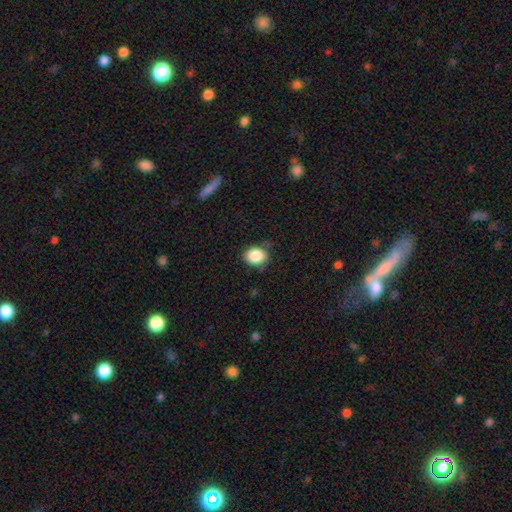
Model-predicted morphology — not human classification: A smooth galaxy with no disk features (86%) that is round (59%).

Vote fractions:
- Smooth or featured? smooth: 86% / star or artifact: 9% / featured or disk: 5%
- How rounded? round: 59% / in between: 40% / cigar-shaped: 1%
- Merging? none: 78% / minor disturbance: 16% / major disturbance: 4% / merger: 2%